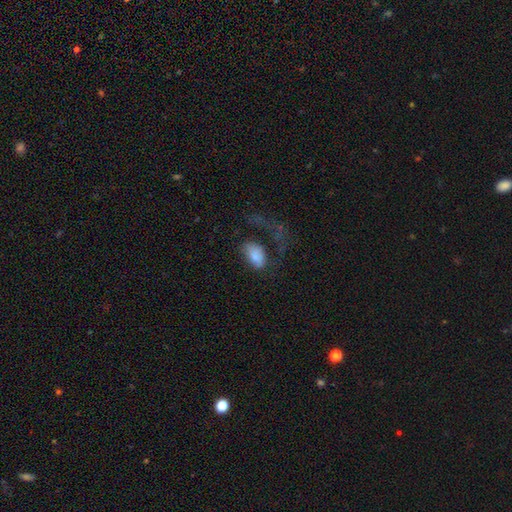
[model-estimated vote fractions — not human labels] The model was most divided on "merging": major disturbance: 46%, none: 30%, minor disturbance: 18%, merger: 7%. More confident: how rounded — in between (94%); smooth or featured — smooth (78%).